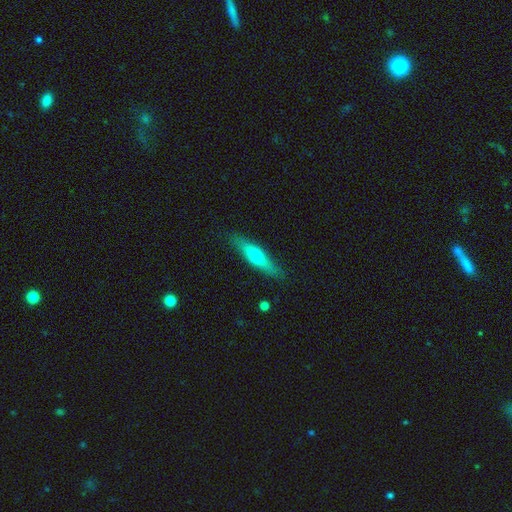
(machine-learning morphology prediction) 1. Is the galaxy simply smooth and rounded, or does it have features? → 53% smooth, 40% featured or disk, 6% star or artifact.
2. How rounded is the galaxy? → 77% cigar-shaped, 20% in between, 2% round.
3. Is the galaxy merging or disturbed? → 86% none, 10% minor disturbance, 2% major disturbance, 1% merger.